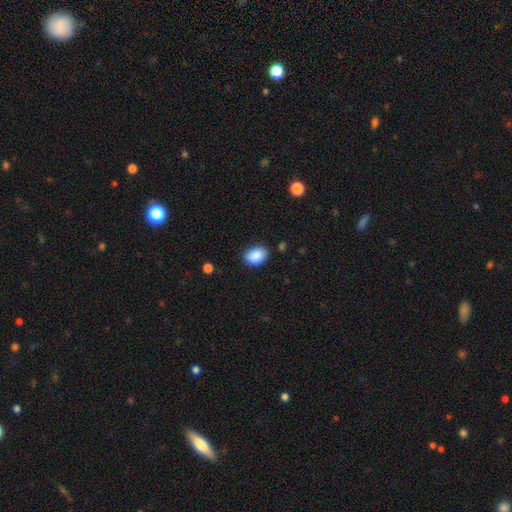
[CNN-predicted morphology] A smooth galaxy with no disk features (89%) that is in between round and cigar-shaped (76%).

Vote fractions:
- Smooth or featured? smooth: 89% / star or artifact: 7% / featured or disk: 4%
- How rounded? in between: 76% / round: 23% / cigar-shaped: 1%
- Merging? none: 83% / minor disturbance: 12% / major disturbance: 3% / merger: 2%